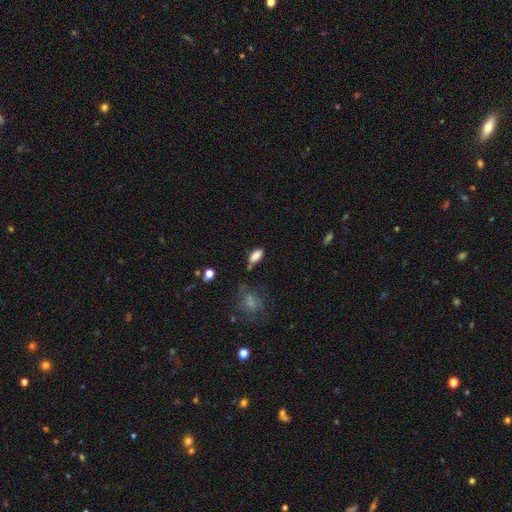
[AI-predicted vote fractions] Overall: smooth (85%). How rounded: in between (88%). Merging: none (73%).